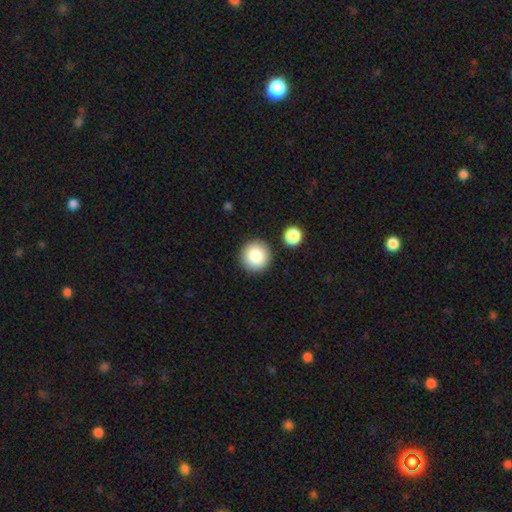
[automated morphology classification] type=smooth (85%); roundness=round (95%); merging=none (87%).